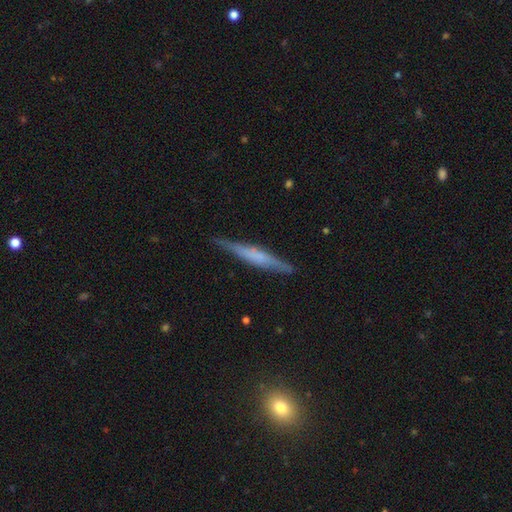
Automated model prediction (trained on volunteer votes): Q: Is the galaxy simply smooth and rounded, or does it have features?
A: featured or disk — 57%.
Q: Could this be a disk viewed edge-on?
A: yes — 96%.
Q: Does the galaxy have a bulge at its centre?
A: none — 41%.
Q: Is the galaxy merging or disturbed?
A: none — 85%.